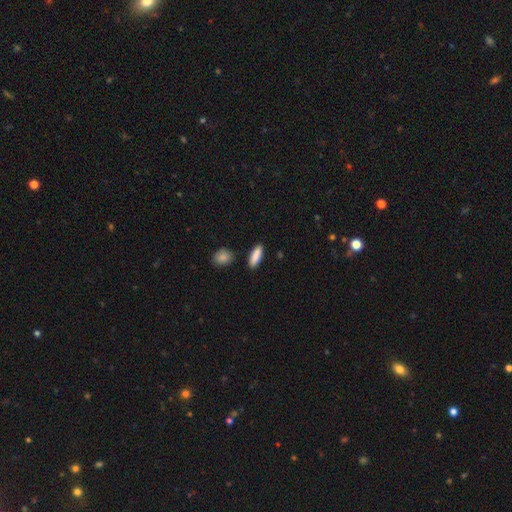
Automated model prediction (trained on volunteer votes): The model was most divided on "how rounded": in between: 57%, cigar-shaped: 41%, round: 3%. More confident: smooth or featured — smooth (88%); merging — none (87%).